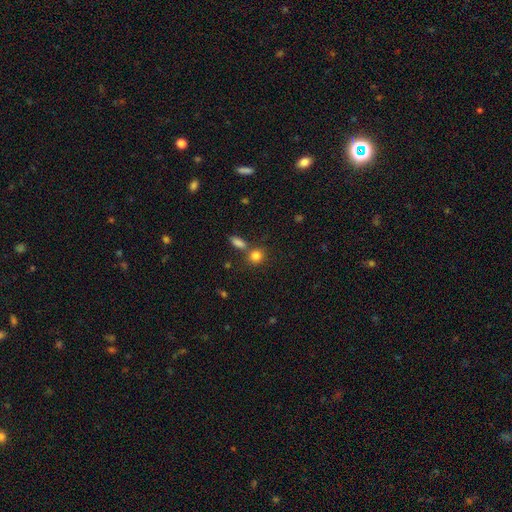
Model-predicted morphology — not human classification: The model was most divided on "merging": none: 64%, merger: 22%, minor disturbance: 10%, major disturbance: 4%. More confident: smooth or featured — smooth (83%); how rounded — round (76%).